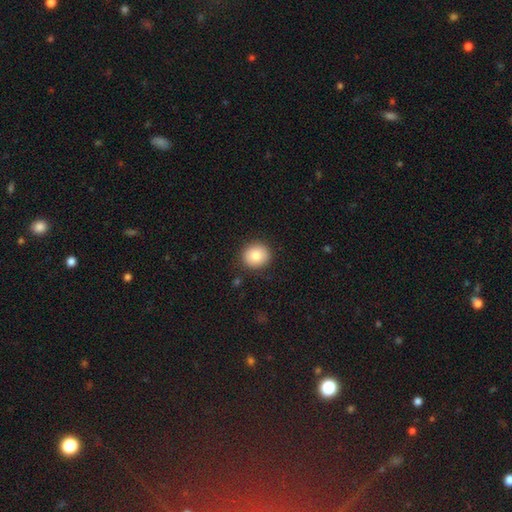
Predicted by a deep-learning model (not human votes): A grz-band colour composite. It shows a smooth galaxy with no disk features (82%) that is round (85%). Merging: none (89%).